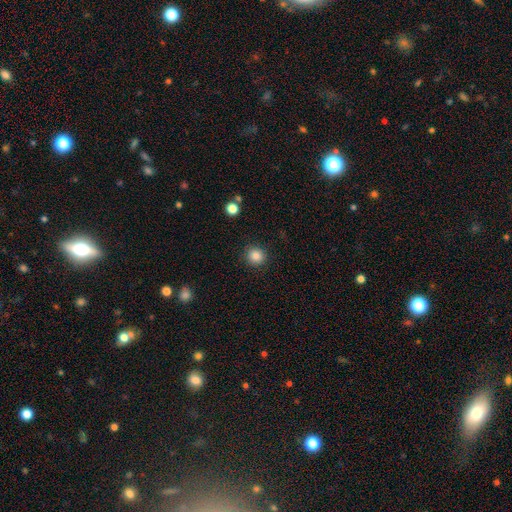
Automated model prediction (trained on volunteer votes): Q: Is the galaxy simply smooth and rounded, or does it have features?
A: smooth — 85%.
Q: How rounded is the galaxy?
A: round — 92%.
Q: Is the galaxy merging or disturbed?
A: none — 90%.